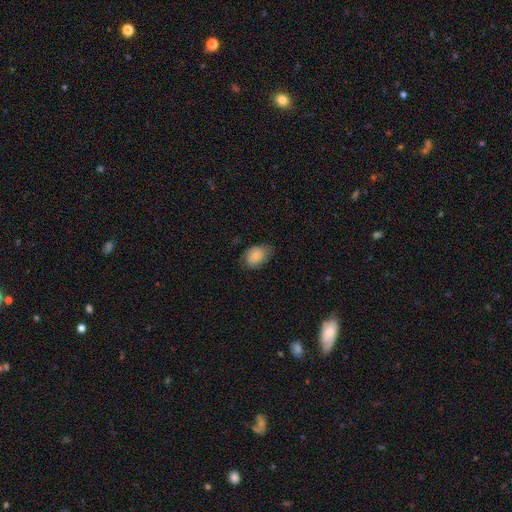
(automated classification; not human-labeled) Q: Smooth or featured?
A: smooth (76%); runner-up: featured or disk (17%)
Q: How rounded?
A: in between (76%); runner-up: round (23%)
Q: Merging?
A: none (65%); runner-up: minor disturbance (26%)